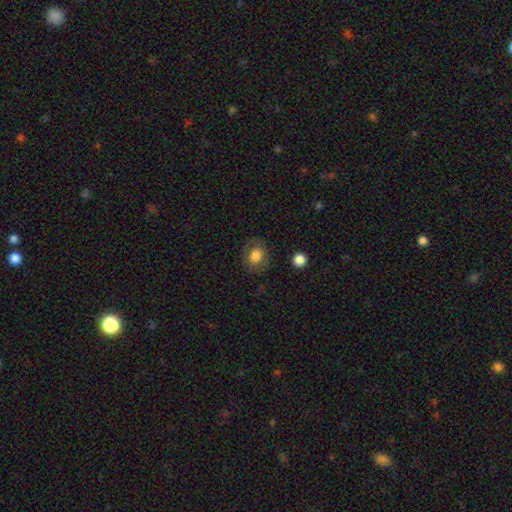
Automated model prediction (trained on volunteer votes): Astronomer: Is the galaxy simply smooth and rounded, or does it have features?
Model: smooth — 76%.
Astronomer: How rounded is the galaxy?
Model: round — 60% (runner-up: in between, 39%).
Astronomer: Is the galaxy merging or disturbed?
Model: none — 80%.